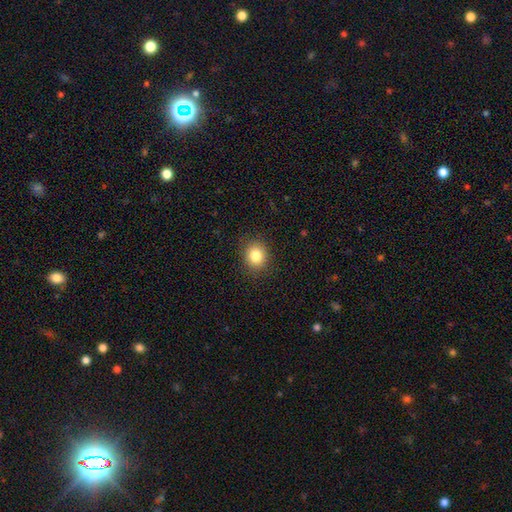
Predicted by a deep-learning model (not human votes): Q: Smooth or featured?
A: smooth (83%); runner-up: star or artifact (11%)
Q: How rounded?
A: round (77%); runner-up: in between (22%)
Q: Merging?
A: none (89%); runner-up: minor disturbance (8%)